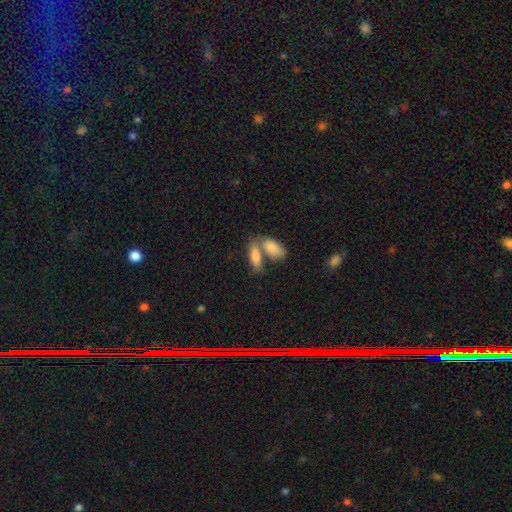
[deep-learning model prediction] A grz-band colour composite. It shows a smooth galaxy with no disk features (81%) that is in between round and cigar-shaped (78%). Merging: merger (51%).